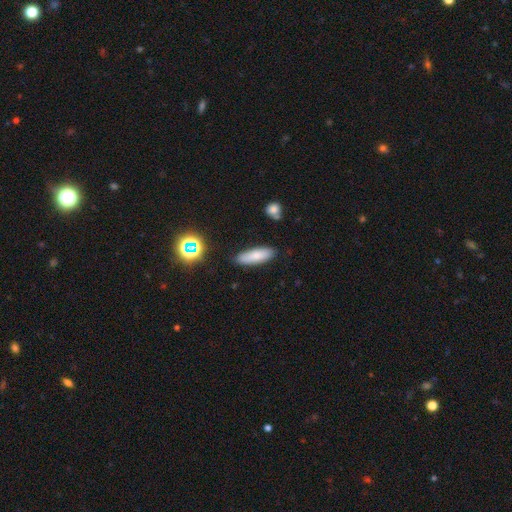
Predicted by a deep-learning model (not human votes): Q: Smooth or featured?
A: smooth (80%); runner-up: featured or disk (12%)
Q: How rounded?
A: in between (51%); runner-up: cigar-shaped (46%)
Q: Merging?
A: none (85%); runner-up: minor disturbance (11%)